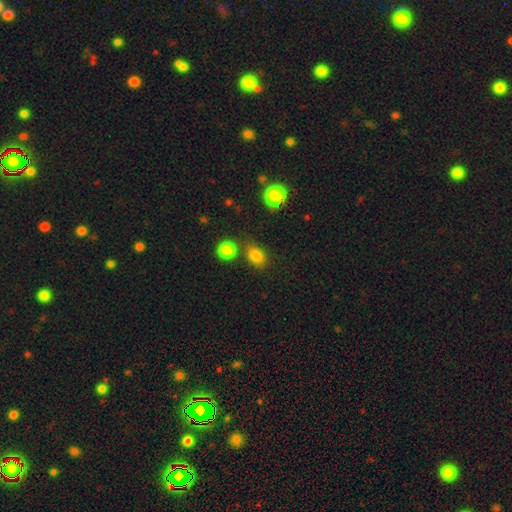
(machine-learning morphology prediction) This appears to be a smooth galaxy with no disk features (82%) that is in between round and cigar-shaped (59%). Merging: none (70%).